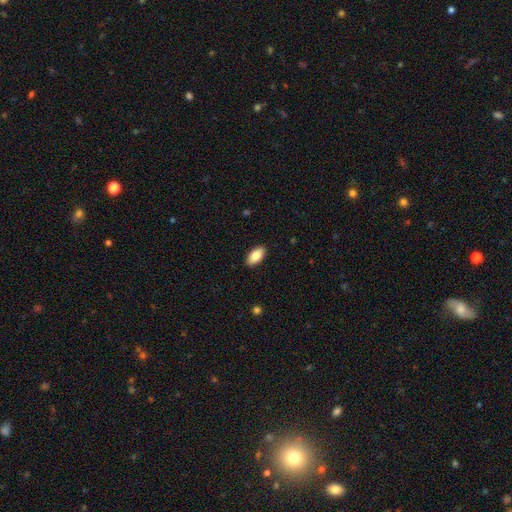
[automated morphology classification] Smooth or featured? Predicted: smooth (p=0.84). How rounded? Predicted: in between (p=0.93). Merging? Predicted: none (p=0.90).